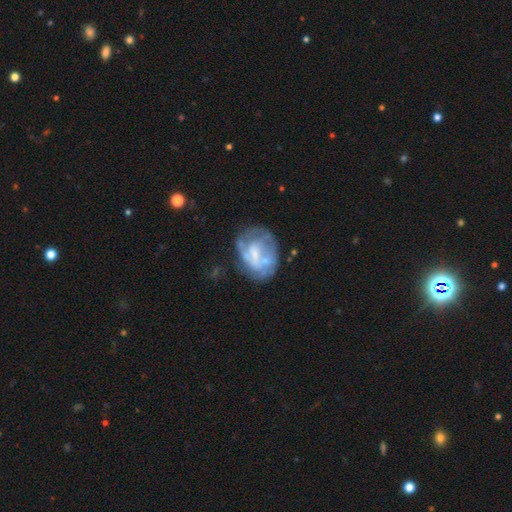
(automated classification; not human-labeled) Overall: featured or disk (64%; smooth 28%). Edge-on disk: no (97%). Bar: no (49%; weak 37%). Spiral arms: no (50%, tied with yes). Bulge size: small (35%; none 30%). Merging: none (46%; minor disturbance 24%).